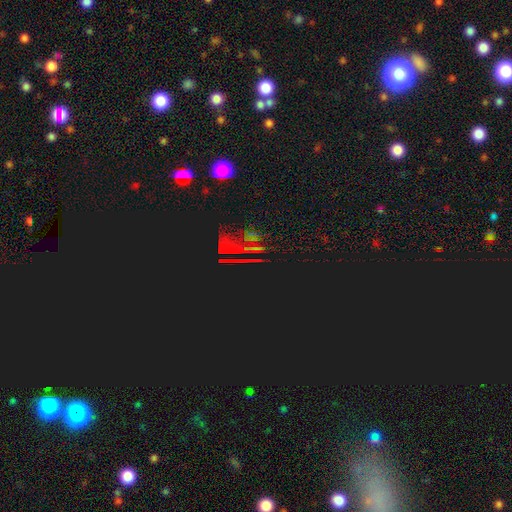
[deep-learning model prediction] A star or artifact, not a galaxy (81%).

Vote fractions:
- Smooth or featured? star or artifact: 81% / smooth: 10% / featured or disk: 9%